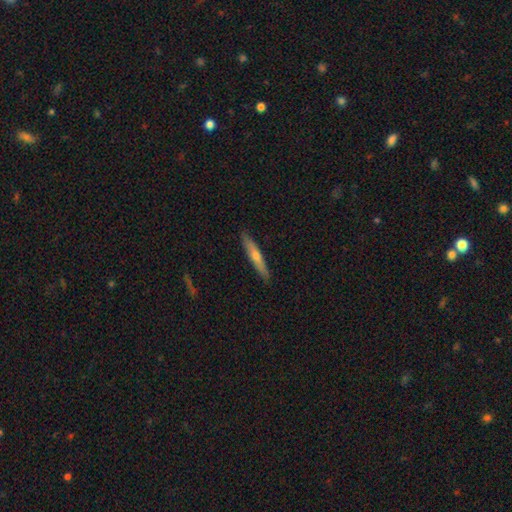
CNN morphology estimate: A smooth galaxy with no disk features (49%). Merging: none (90%).